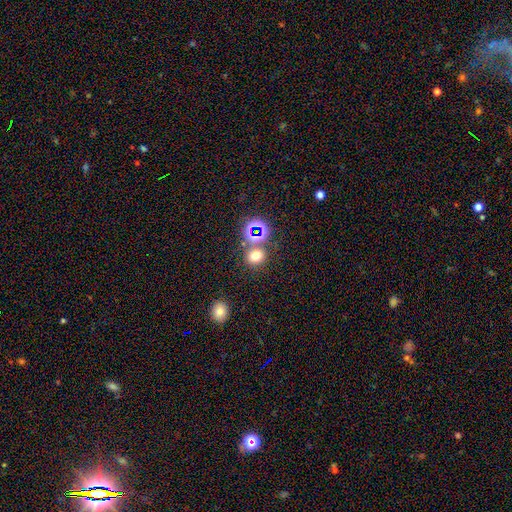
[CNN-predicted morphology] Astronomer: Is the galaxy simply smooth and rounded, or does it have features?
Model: smooth — 67%.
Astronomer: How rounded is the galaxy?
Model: round — 71%.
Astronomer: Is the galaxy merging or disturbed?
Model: none — 72%.